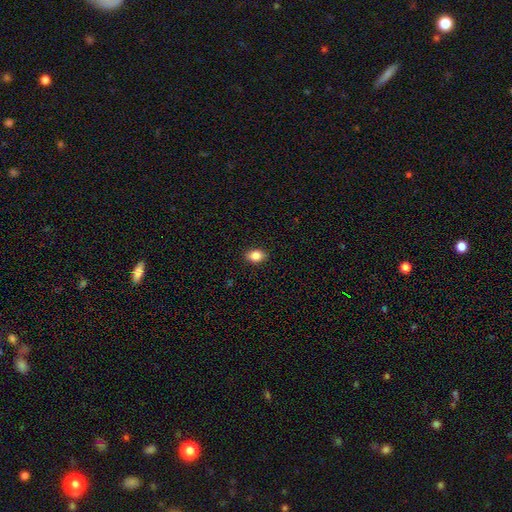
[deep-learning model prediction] Overall: smooth (85%). How rounded: in between (75%). Merging: none (90%).